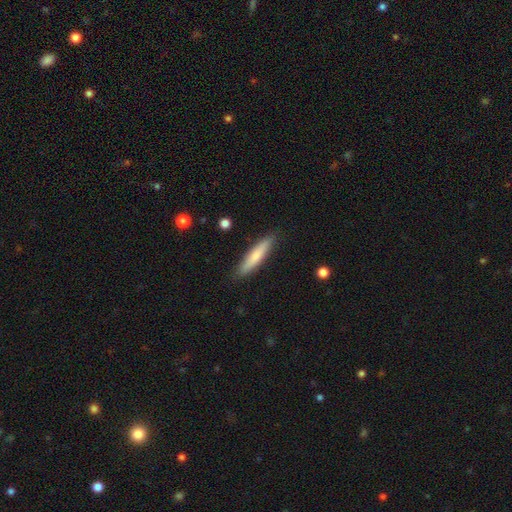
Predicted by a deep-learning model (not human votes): The model was most divided on "smooth or featured": smooth: 74%, featured or disk: 21%, star or artifact: 5%. More confident: merging — none (89%); how rounded — cigar-shaped (88%).